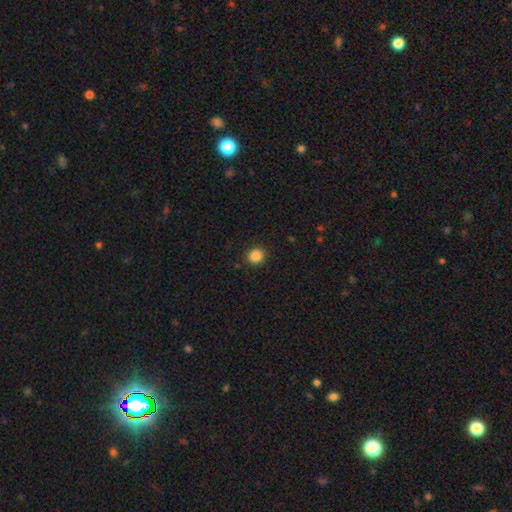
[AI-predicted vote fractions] A smooth galaxy with no disk features (86%) that is round (87%).

Vote fractions:
- Smooth or featured? smooth: 86% / star or artifact: 10% / featured or disk: 3%
- How rounded? round: 87% / in between: 12% / cigar-shaped: 1%
- Merging? none: 90% / minor disturbance: 7% / major disturbance: 2% / merger: 1%